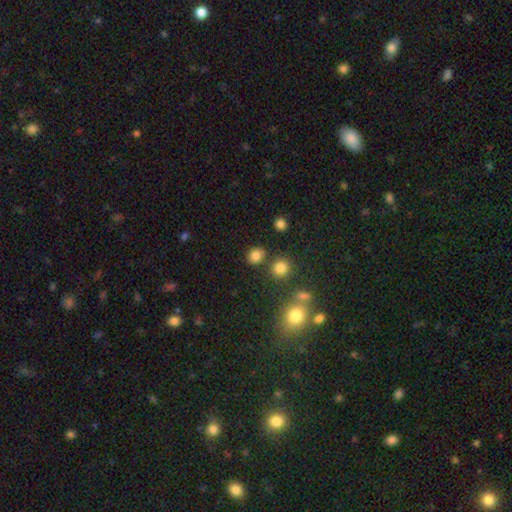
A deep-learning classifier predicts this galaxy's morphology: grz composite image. It shows a smooth galaxy with no disk features (81%) that is round (62%). Merging: none (76%).